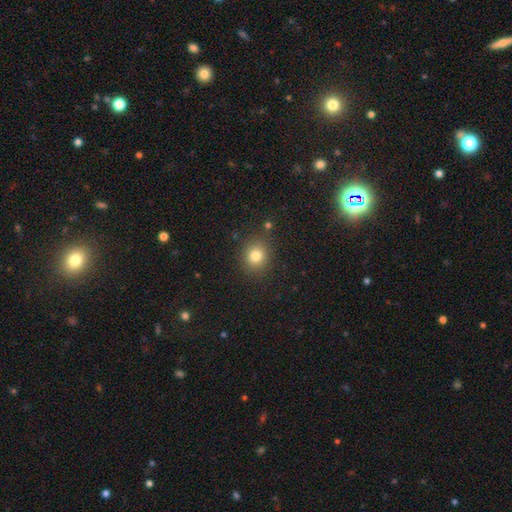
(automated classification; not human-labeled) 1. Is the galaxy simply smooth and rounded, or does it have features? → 80% smooth, 13% star or artifact, 7% featured or disk.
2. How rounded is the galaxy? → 80% round, 20% in between, 1% cigar-shaped.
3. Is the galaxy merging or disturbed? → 86% none, 9% minor disturbance, 3% major disturbance, 3% merger.